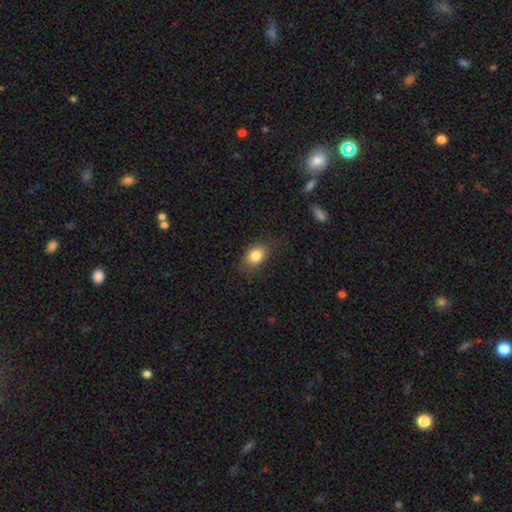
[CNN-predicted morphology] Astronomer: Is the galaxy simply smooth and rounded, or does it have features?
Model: smooth — 83%.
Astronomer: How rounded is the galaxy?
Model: in between — 73%.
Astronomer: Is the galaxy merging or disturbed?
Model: none — 78%.